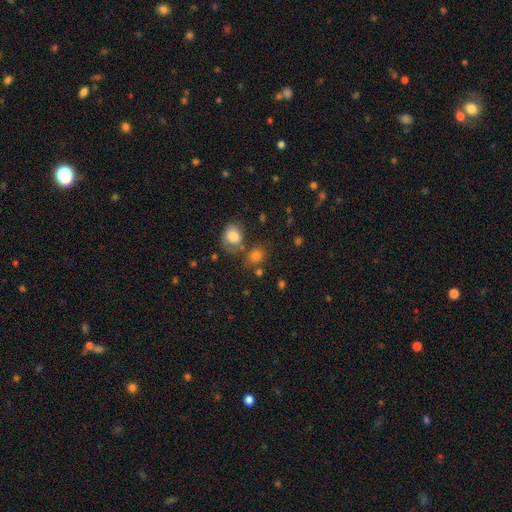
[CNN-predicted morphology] smooth-or-featured: smooth: 80% | star or artifact: 12% | featured or disk: 7%
  how-rounded: in between: 50% | round: 49% | cigar-shaped: 1%
  merging: none: 59% | merger: 20% | minor disturbance: 15% | major disturbance: 6%